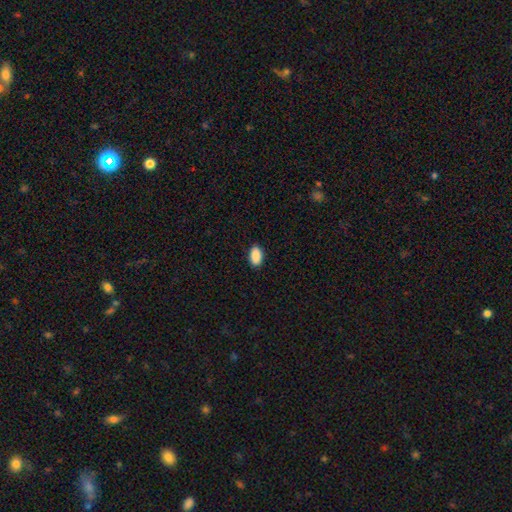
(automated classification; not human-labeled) Smooth or featured: smooth — 90% (star or artifact — 7%)
How rounded: in between — 93% (round — 5%)
Merging: none — 89% (minor disturbance — 9%)